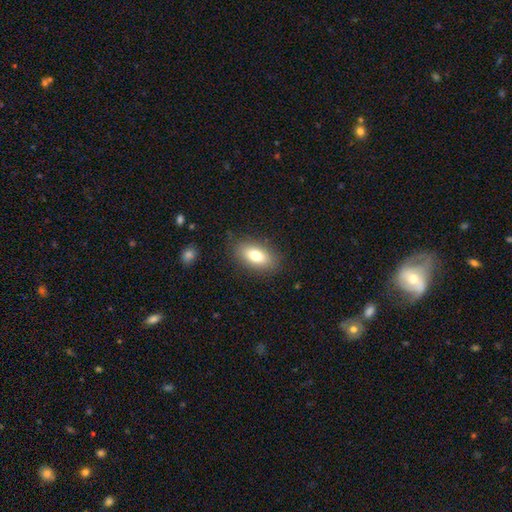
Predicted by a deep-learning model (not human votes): Smooth or featured?
  - smooth: 77% *
  - featured or disk: 15%
  - star or artifact: 8%
How rounded?
  - in between: 89% *
  - round: 6%
  - cigar-shaped: 5%
Merging?
  - none: 84% *
  - minor disturbance: 11%
  - major disturbance: 3%
  - merger: 1%